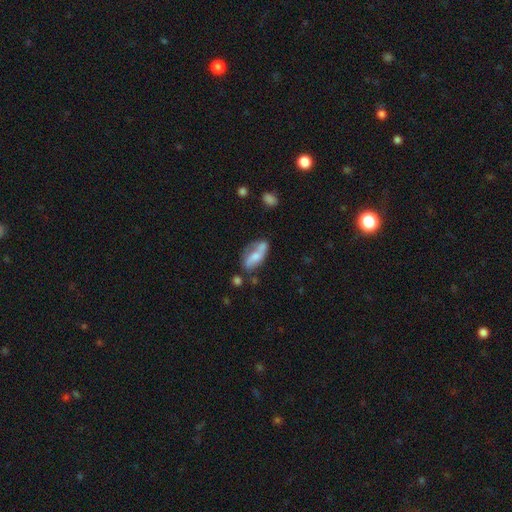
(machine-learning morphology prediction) Smooth or featured? featured or disk (49%)
Merging? none (46%)